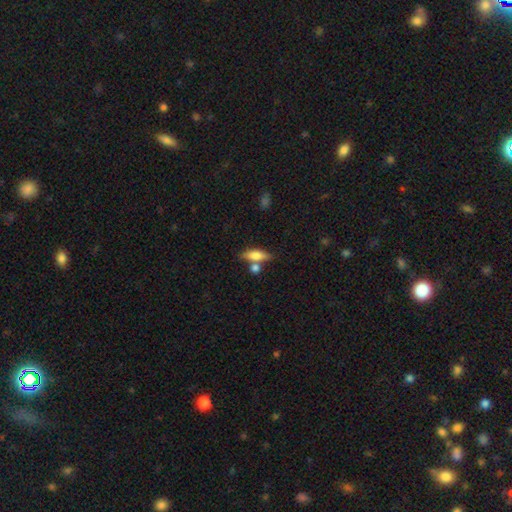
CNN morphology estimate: Overall: smooth (69%). How rounded: in between (51%; cigar-shaped 45%). Merging: none (59%; merger 23%).